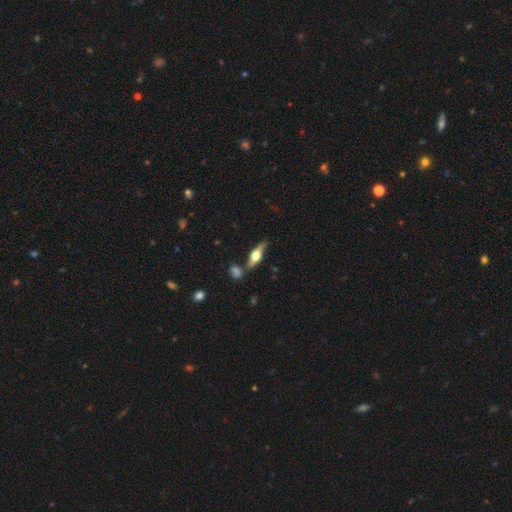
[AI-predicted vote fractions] The model was most divided on "smooth or featured": featured or disk: 63%, smooth: 31%, star or artifact: 6%. More confident: edge-on bulge — rounded (93%); edge-on disk — yes (90%); merging — none (68%).